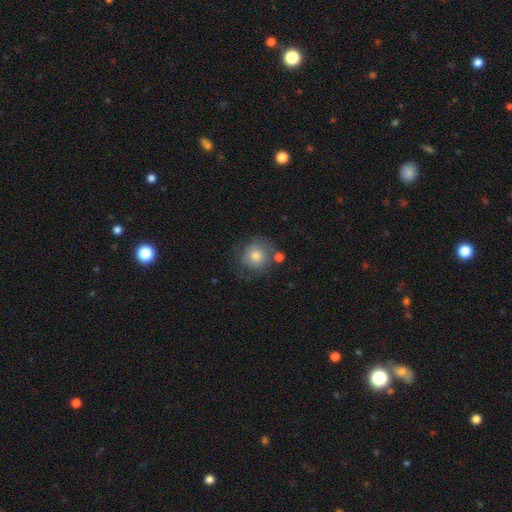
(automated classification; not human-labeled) This appears to be a smooth galaxy with no disk features (71%) that is round (89%). Merging: none (63%).